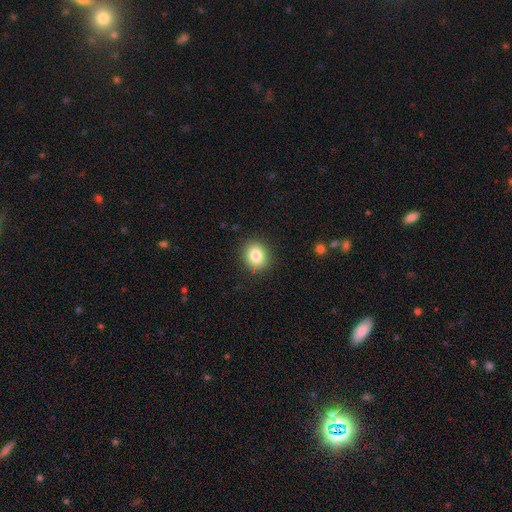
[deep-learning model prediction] The model was most divided on "how rounded": round: 72%, in between: 27%, cigar-shaped: 1%. More confident: merging — none (89%); smooth or featured — smooth (83%).